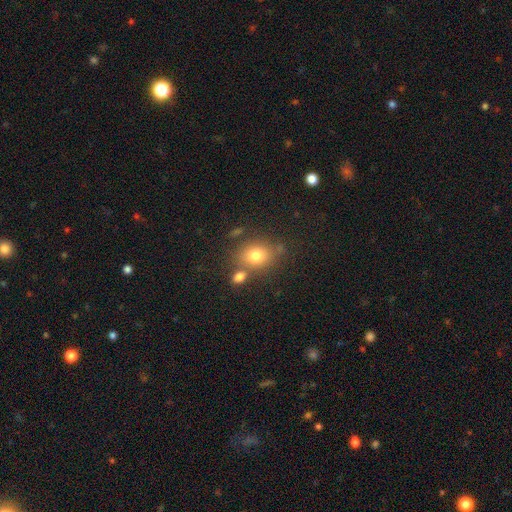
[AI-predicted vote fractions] Morphology: type=smooth (76%); roundness=in between (50%); merging=none (62%).